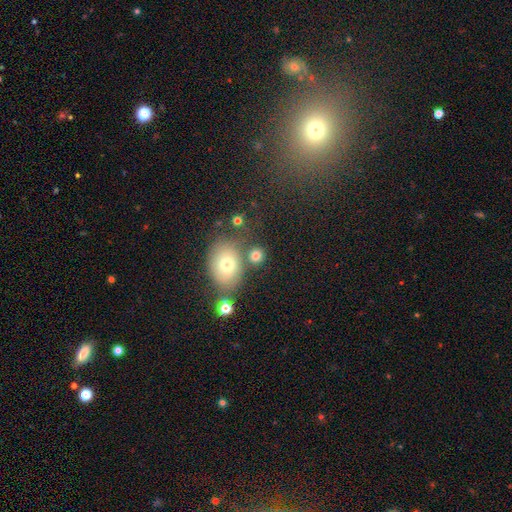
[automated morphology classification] Q: Smooth or featured?
A: smooth (77%); runner-up: star or artifact (12%)
Q: How rounded?
A: round (65%); runner-up: in between (33%)
Q: Merging?
A: none (66%); runner-up: merger (16%)